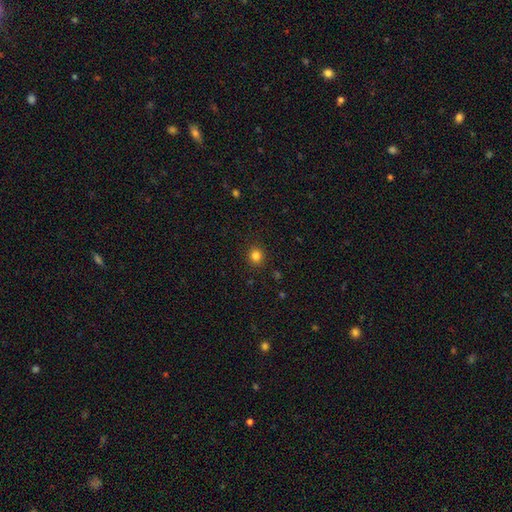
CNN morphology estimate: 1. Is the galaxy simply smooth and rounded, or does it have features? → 83% smooth, 13% star or artifact, 4% featured or disk.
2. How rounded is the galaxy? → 87% round, 12% in between, 1% cigar-shaped.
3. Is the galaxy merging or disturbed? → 91% none, 6% minor disturbance, 2% major disturbance, 1% merger.